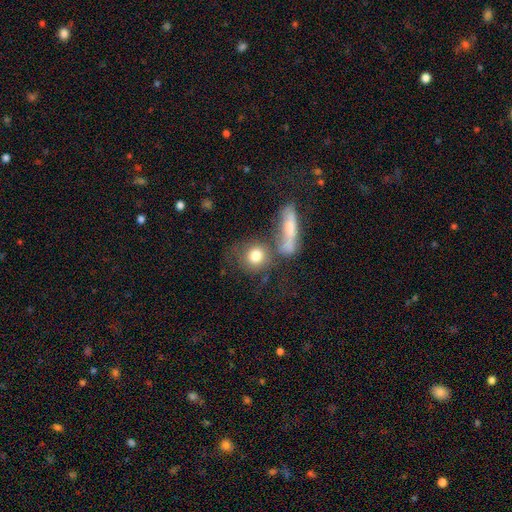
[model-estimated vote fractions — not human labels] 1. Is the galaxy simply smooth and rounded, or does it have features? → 76% smooth, 15% featured or disk, 9% star or artifact.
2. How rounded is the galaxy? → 78% round, 17% in between, 4% cigar-shaped.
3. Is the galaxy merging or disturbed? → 50% none, 29% merger, 13% minor disturbance, 8% major disturbance.